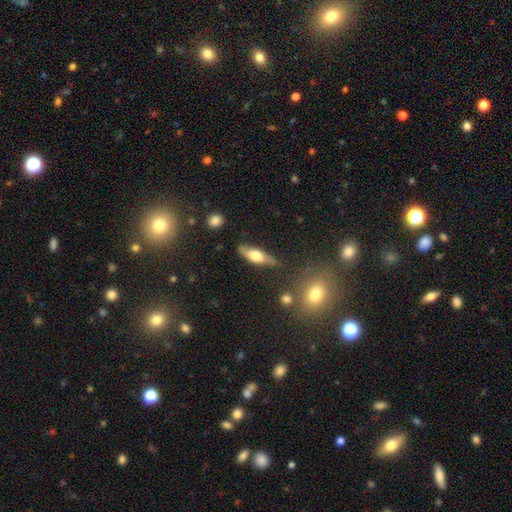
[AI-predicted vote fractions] Smooth or featured?
  - smooth: 51% *
  - featured or disk: 42%
  - star or artifact: 7%
How rounded?
  - in between: 55% *
  - cigar-shaped: 41%
  - round: 3%
Merging?
  - none: 69% *
  - minor disturbance: 22%
  - major disturbance: 6%
  - merger: 4%